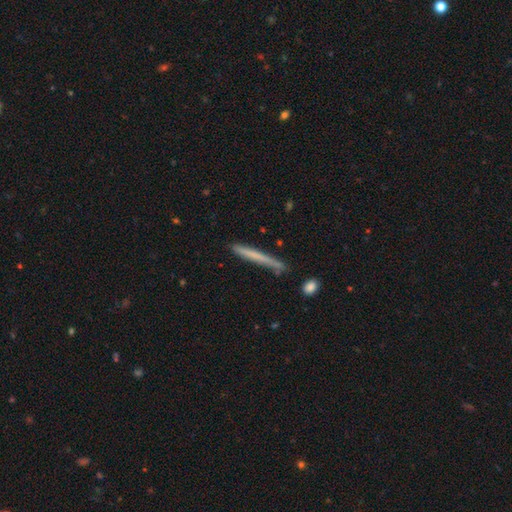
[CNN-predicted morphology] Smooth or featured? Predicted: smooth (p=0.61). How rounded? Predicted: cigar-shaped (p=0.97). Merging? Predicted: none (p=0.81).